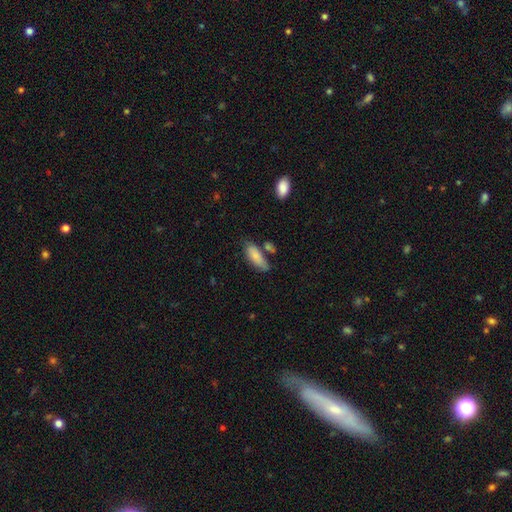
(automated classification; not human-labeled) Overall: smooth (82%). How rounded: in between (74%). Merging: none (59%; minor disturbance 22%).